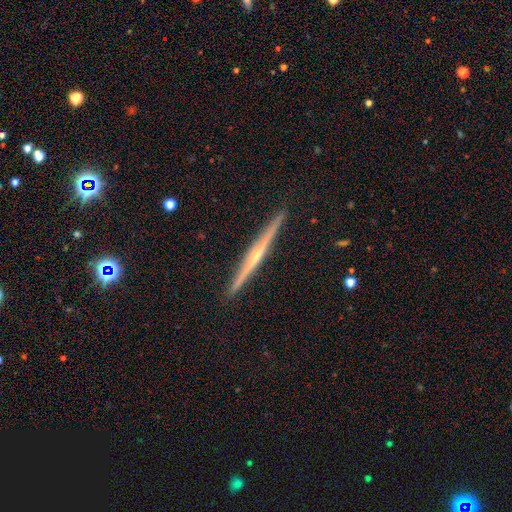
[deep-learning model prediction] The model was most divided on "edge-on bulge": rounded: 61%, none: 32%, boxy: 6%. More confident: edge-on disk — yes (98%); merging — none (93%); smooth or featured — featured or disk (77%).